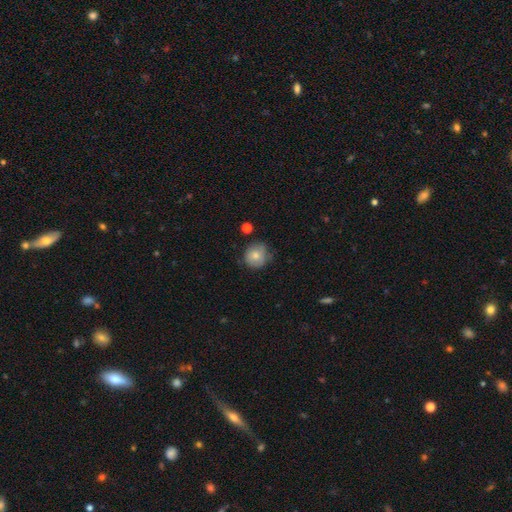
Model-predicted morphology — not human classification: Smooth or featured: smooth — 77% (featured or disk — 15%)
How rounded: round — 88% (in between — 11%)
Merging: none — 65% (minor disturbance — 26%)